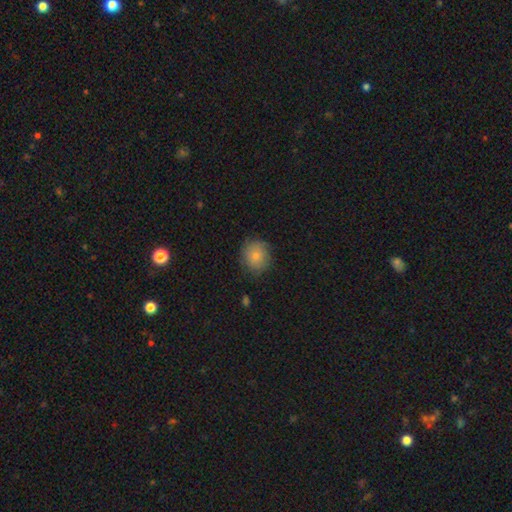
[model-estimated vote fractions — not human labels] smooth 82%, featured or disk 10%, star or artifact 8%. Down the decision tree: how rounded — round (84%); merging — none (79%).